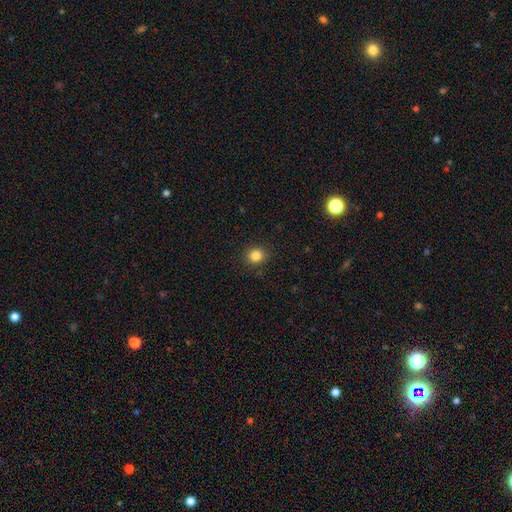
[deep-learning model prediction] The model was most divided on "how rounded": round: 83%, in between: 16%, cigar-shaped: 1%. More confident: merging — none (90%); smooth or featured — smooth (84%).